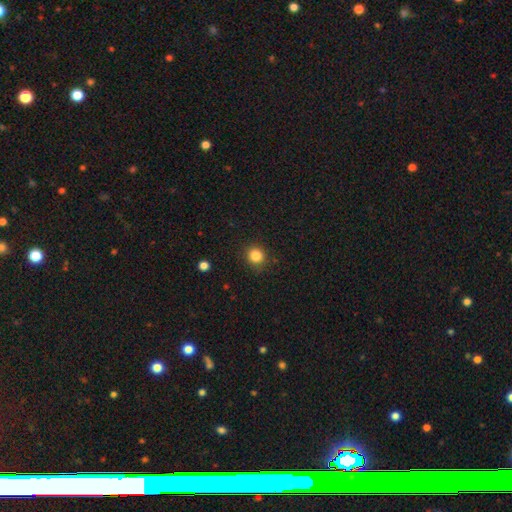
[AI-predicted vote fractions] Overall: smooth (84%). How rounded: round (86%). Merging: none (87%).